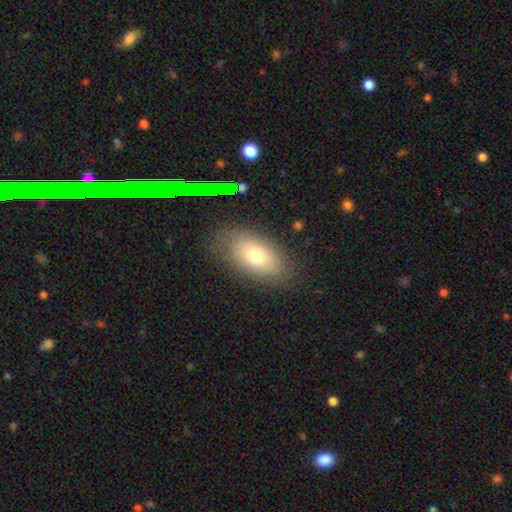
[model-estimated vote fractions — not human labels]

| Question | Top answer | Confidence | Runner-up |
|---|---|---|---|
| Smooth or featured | smooth | 71% | featured or disk (18%) |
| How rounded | in between | 89% | round (8%) |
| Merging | none | 80% | minor disturbance (13%) |